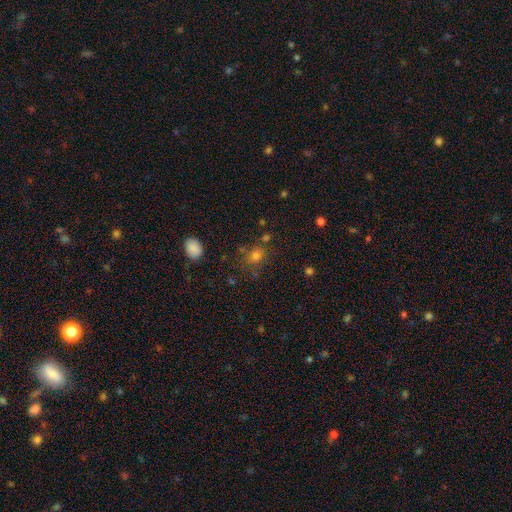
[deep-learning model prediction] Smooth or featured: smooth — 71% (star or artifact — 20%)
How rounded: round — 69% (in between — 30%)
Merging: none — 72% (minor disturbance — 14%)